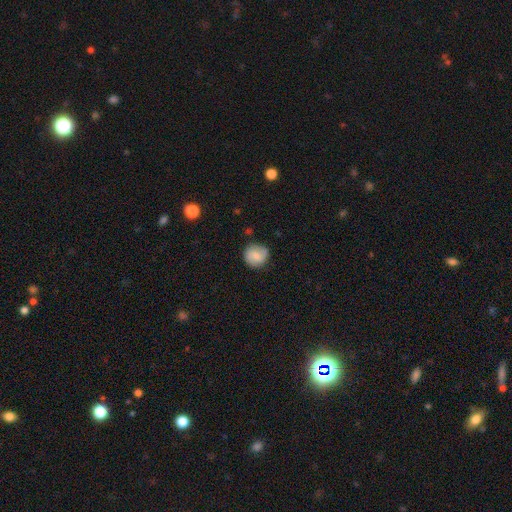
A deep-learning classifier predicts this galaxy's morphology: A smooth galaxy with no disk features (68%) that is round (88%). Merging: none (80%).